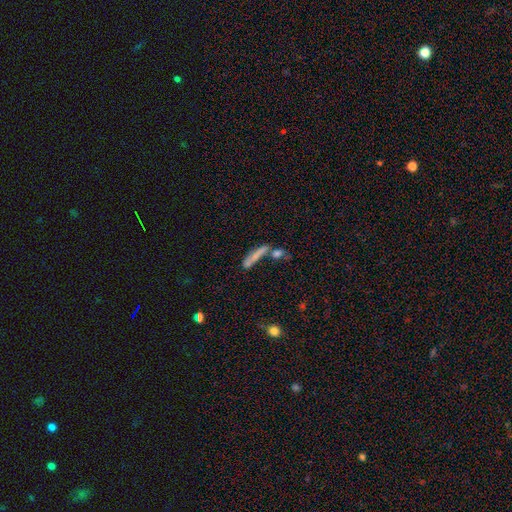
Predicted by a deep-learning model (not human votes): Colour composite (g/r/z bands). It shows a smooth galaxy with no disk features (58%) that is cigar-shaped (83%). Merging: none (40%).